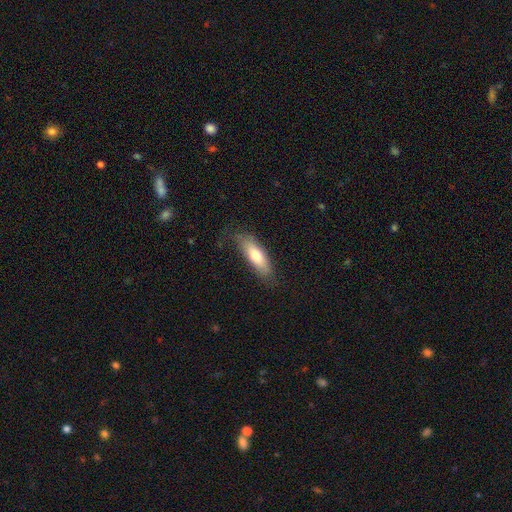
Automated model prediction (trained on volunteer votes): smooth_or_featured: smooth (p=0.71) [alt: featured or disk p=0.23]
how_rounded: in between (p=0.60) [alt: cigar-shaped p=0.38]
merging: none (p=0.74) [alt: minor disturbance p=0.19]